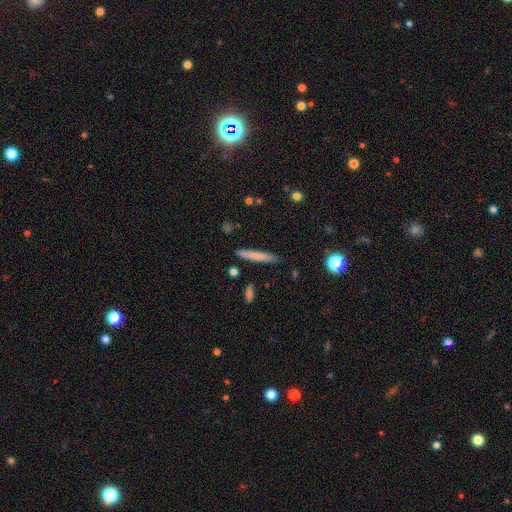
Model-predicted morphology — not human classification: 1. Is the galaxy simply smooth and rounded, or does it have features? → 74% smooth, 19% featured or disk, 7% star or artifact.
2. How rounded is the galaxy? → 94% cigar-shaped, 5% in between, 1% round.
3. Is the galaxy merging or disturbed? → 86% none, 10% minor disturbance, 2% merger, 2% major disturbance.